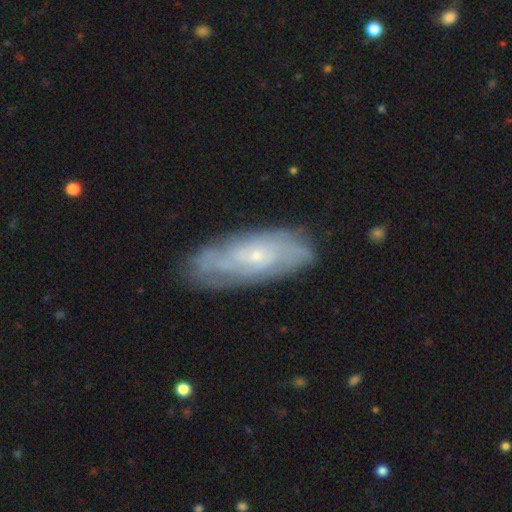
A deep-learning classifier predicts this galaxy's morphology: type=featured or disk (68%); edge-on=no (86%); bar=no (76%); spiral arms=yes (82%); bulge=small (79%); merging=none (76%).